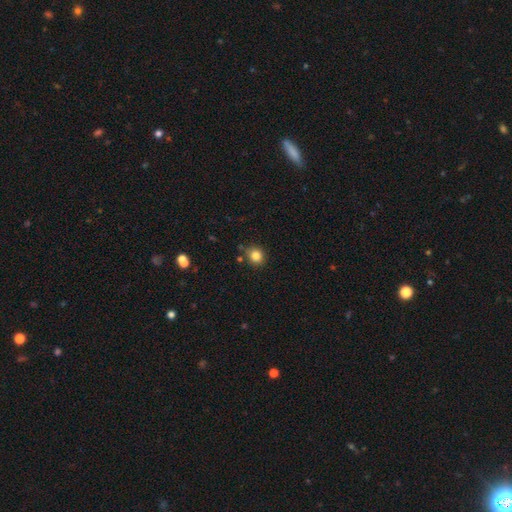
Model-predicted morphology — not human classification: smooth 84%, star or artifact 11%, featured or disk 5%. Down the decision tree: how rounded — round (79%); merging — none (82%).